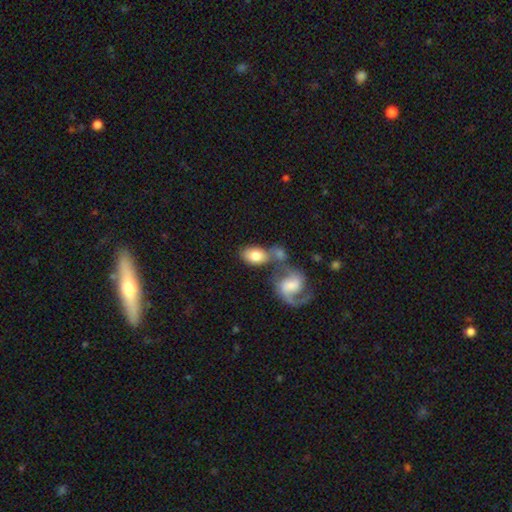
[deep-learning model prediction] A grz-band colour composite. It shows a smooth galaxy with no disk features (72%) that is in between round and cigar-shaped (86%). Merging: merger (44%).